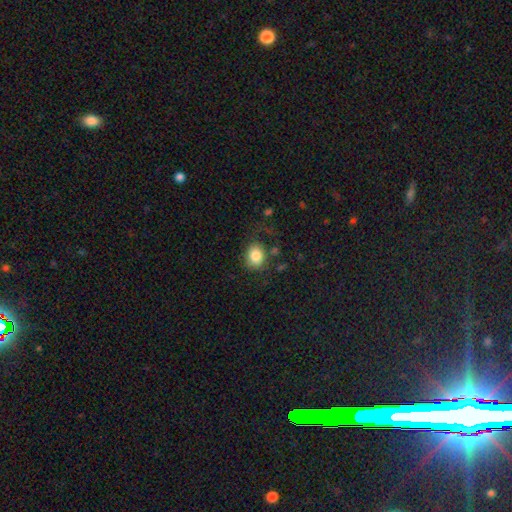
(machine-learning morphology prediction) Smooth or featured? Predicted: smooth (p=0.83). How rounded? Predicted: round (p=0.56). Merging? Predicted: none (p=0.71).